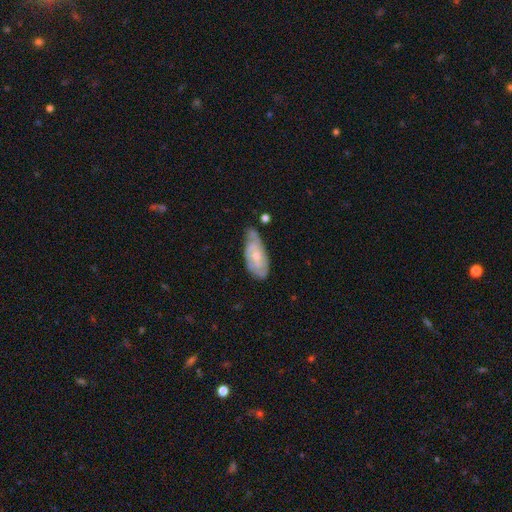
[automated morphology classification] featured or disk 65%, smooth 29%, star or artifact 6%. Down the decision tree: edge-on disk — no (91%); bar — no (66%); spiral arms — yes (87%); spiral arm count — 2 (36%, tied with can't tell); spiral winding — tight (58%); bulge size — small (51%); merging — none (55%).